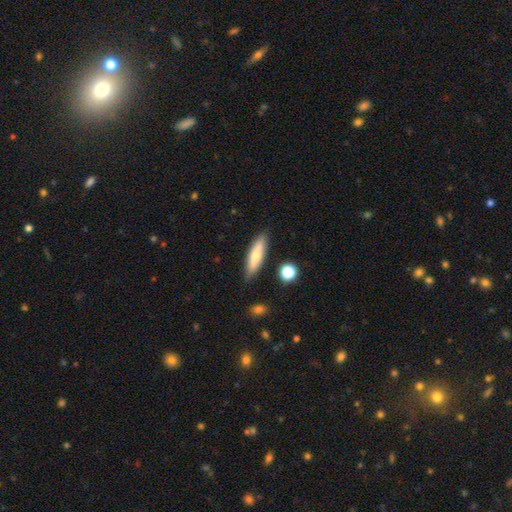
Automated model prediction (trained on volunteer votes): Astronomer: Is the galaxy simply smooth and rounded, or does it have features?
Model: smooth — 63%.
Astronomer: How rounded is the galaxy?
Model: cigar-shaped — 69%.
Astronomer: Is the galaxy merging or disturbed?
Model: none — 84%.